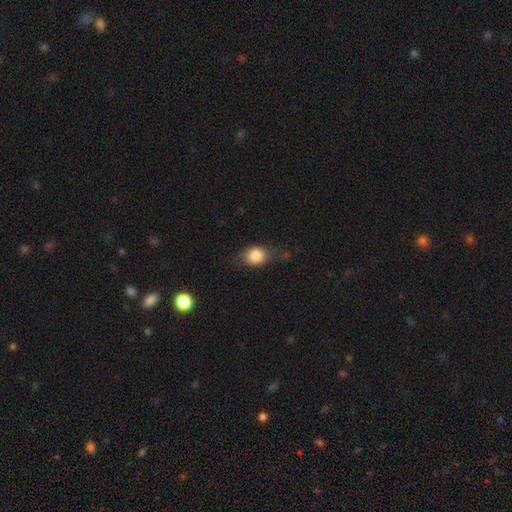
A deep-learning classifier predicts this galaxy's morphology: smooth-or-featured: smooth: 81% | featured or disk: 11% | star or artifact: 8%
  how-rounded: round: 57% | in between: 41% | cigar-shaped: 2%
  merging: none: 59% | minor disturbance: 27% | major disturbance: 11% | merger: 2%